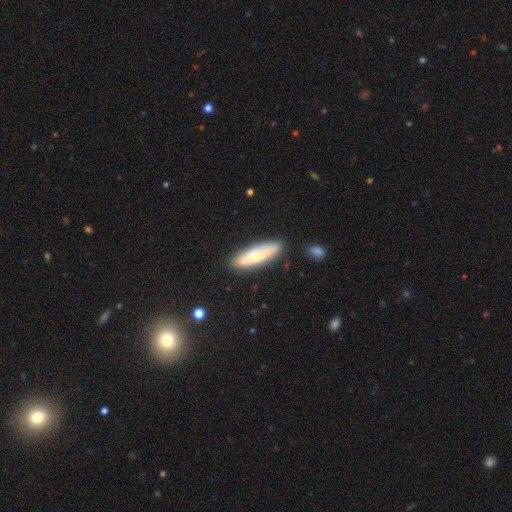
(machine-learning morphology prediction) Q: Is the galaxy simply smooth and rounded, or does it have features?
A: smooth — 66%.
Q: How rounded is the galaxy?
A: cigar-shaped — 64%.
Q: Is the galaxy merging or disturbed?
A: none — 81%.